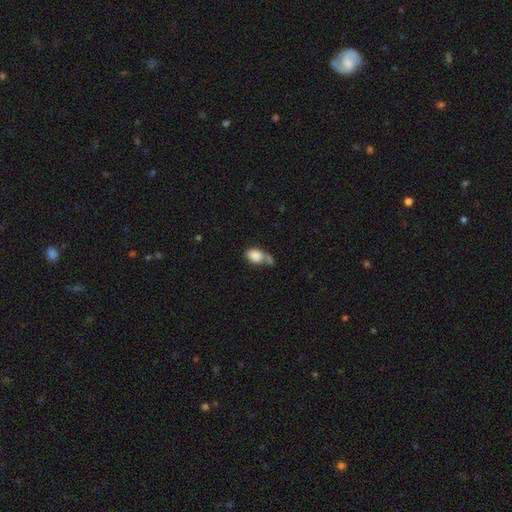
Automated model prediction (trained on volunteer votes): Overall: smooth (83%). How rounded: in between (82%). Merging: none (36%; merger 34%).